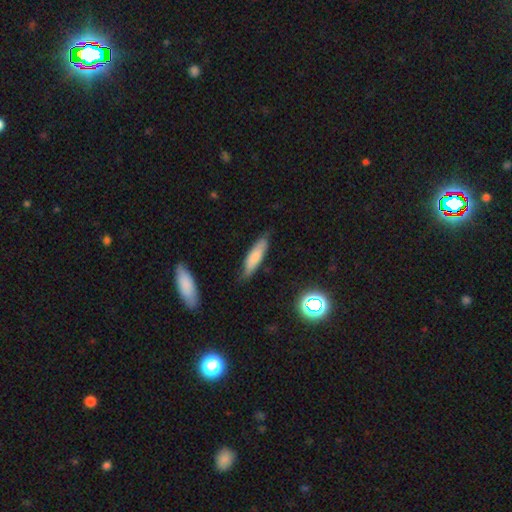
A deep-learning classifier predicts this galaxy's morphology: type=smooth (70%); roundness=cigar-shaped (73%); merging=none (80%).